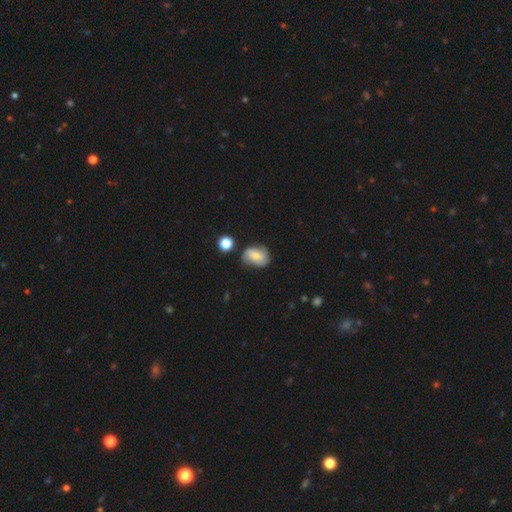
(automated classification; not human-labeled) smooth 57%, featured or disk 33%, star or artifact 10%. Down the decision tree: how rounded — in between (61%); merging — none (60%).